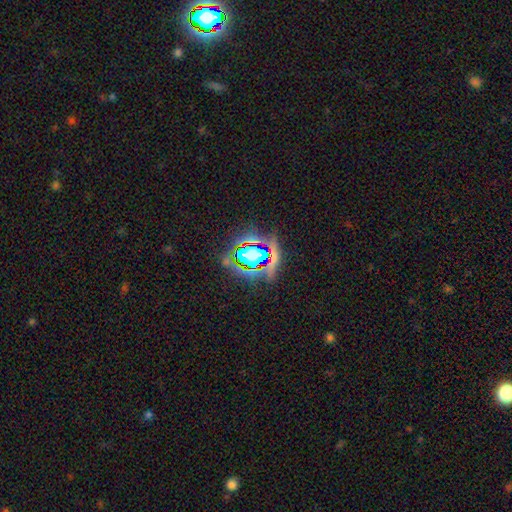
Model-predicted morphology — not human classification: Overall: star or artifact (56%; smooth 27%).